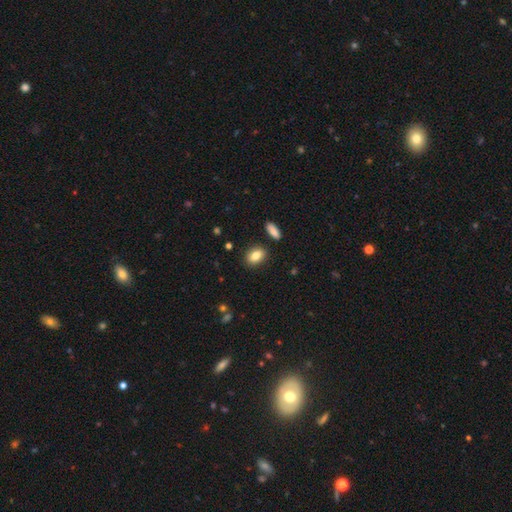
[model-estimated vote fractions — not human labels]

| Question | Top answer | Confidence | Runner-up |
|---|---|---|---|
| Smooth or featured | smooth | 84% | featured or disk (8%) |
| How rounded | in between | 78% | round (20%) |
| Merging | none | 84% | minor disturbance (10%) |